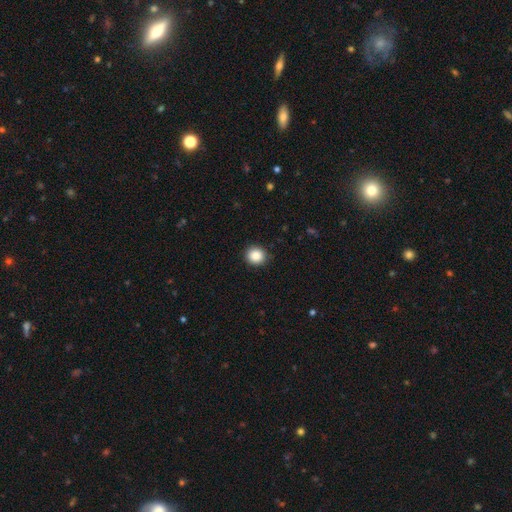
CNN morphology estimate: This appears to be a smooth galaxy with no disk features (87%) that is round (90%). Merging: none (91%).